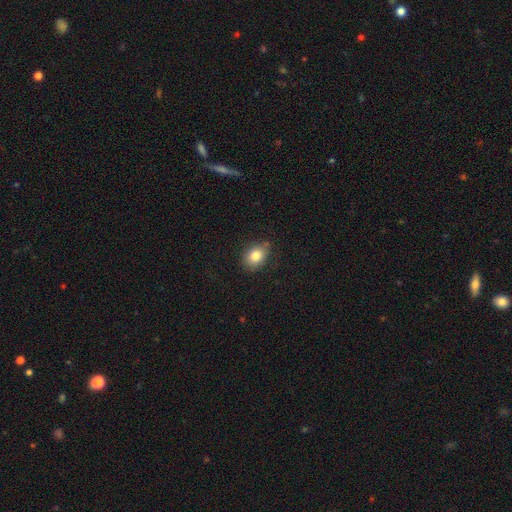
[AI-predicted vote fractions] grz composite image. It shows a smooth galaxy with no disk features (82%) that is in between round and cigar-shaped (68%). Merging: none (79%).